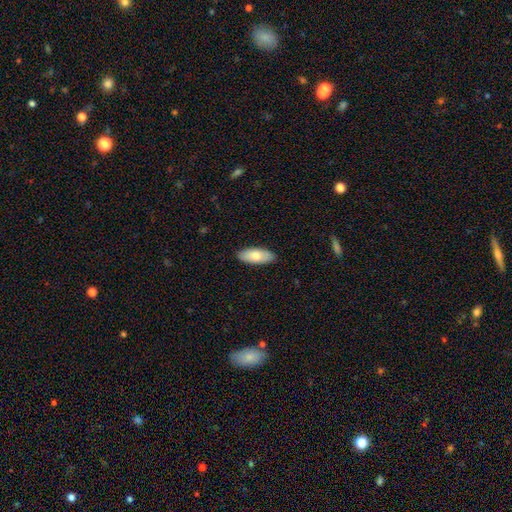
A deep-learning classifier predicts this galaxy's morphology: smooth 76%, featured or disk 18%, star or artifact 6%. Down the decision tree: how rounded — in between (85%); merging — none (90%).